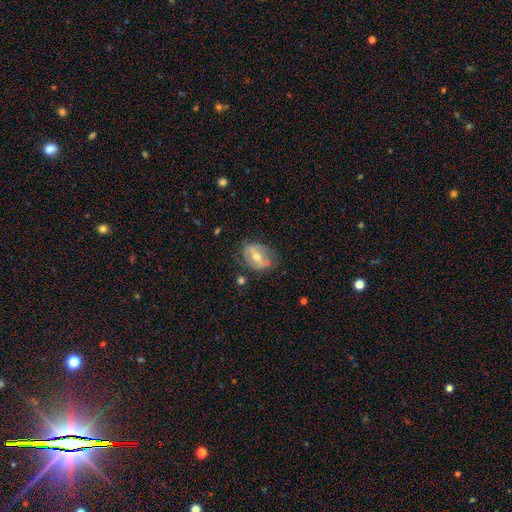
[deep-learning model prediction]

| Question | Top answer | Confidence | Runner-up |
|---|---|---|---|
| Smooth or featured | featured or disk | 65% | smooth (27%) |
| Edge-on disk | no | 94% | yes (6%) |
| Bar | strong | 40% | weak (37%) |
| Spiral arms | yes | 54% | no (46%) |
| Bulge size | moderate | 65% | small (30%) |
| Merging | none | 66% | minor disturbance (22%) |